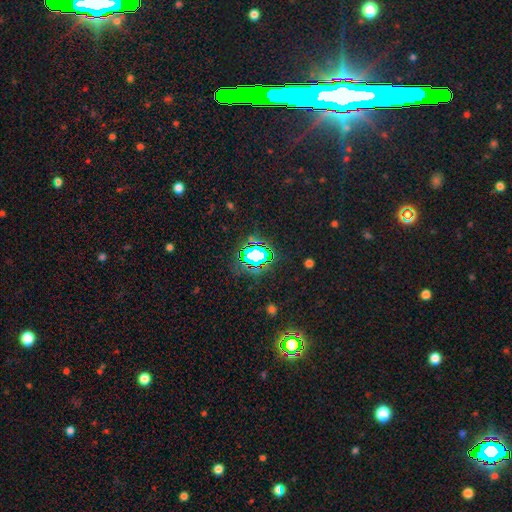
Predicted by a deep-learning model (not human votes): Smooth or featured? star or artifact (70%)